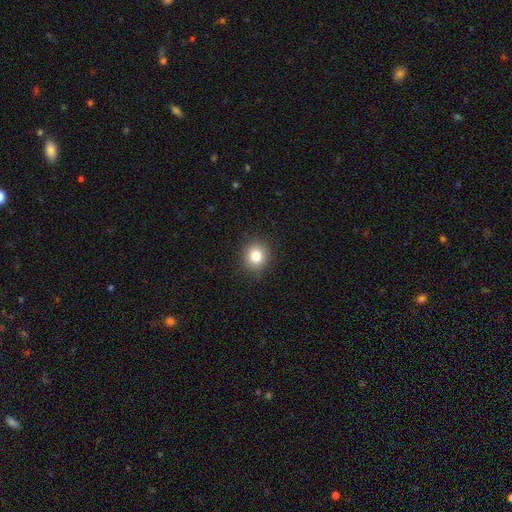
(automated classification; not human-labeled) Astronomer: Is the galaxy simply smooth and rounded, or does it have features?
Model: smooth — 81%.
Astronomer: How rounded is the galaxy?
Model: round — 82%.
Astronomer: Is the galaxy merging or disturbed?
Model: none — 89%.